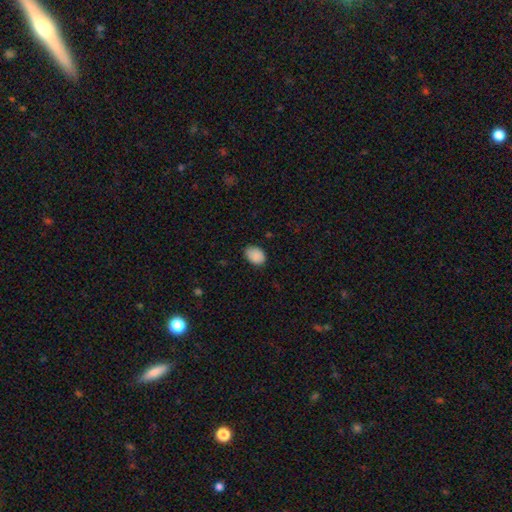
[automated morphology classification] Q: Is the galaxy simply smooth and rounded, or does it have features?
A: smooth — 89%.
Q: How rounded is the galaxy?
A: in between — 76%.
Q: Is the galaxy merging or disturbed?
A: none — 77%.